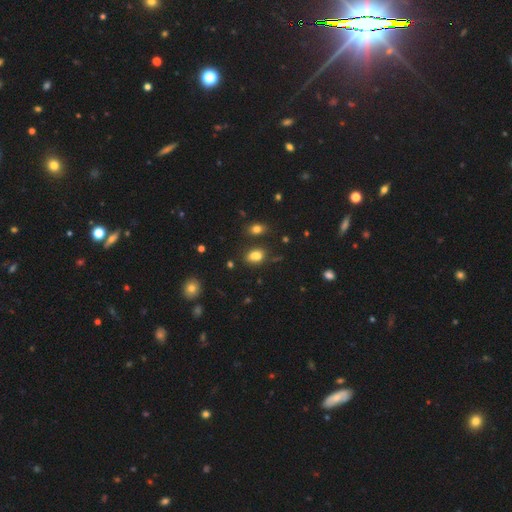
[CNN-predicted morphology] Smooth or featured? smooth (80%)
How rounded? in between (79%)
Merging? none (64%)